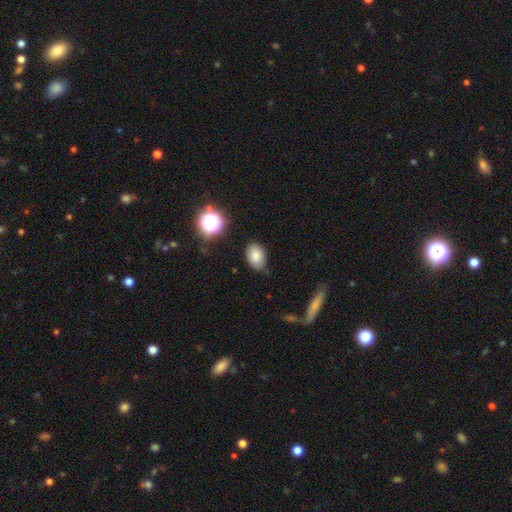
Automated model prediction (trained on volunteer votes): Smooth or featured?
  - smooth: 81% *
  - star or artifact: 11%
  - featured or disk: 8%
How rounded?
  - in between: 83% *
  - round: 16%
  - cigar-shaped: 1%
Merging?
  - none: 75% *
  - minor disturbance: 19%
  - major disturbance: 4%
  - merger: 2%